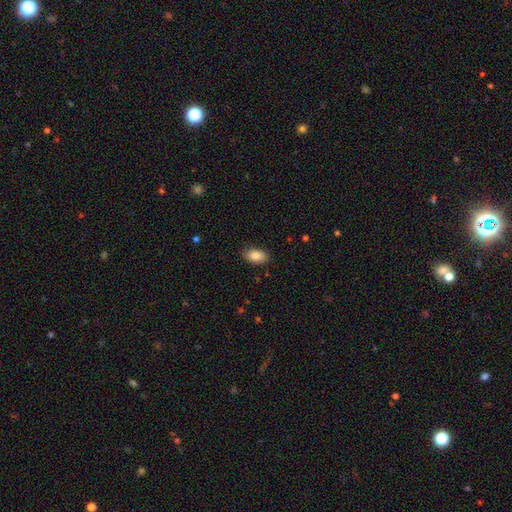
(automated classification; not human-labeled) smooth 86%, star or artifact 7%, featured or disk 7%. Down the decision tree: how rounded — in between (92%); merging — none (87%).